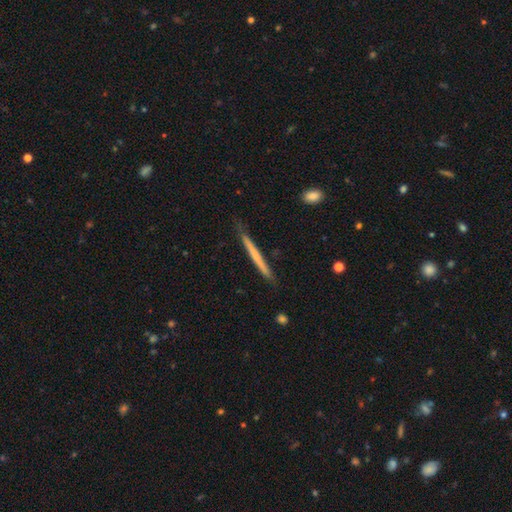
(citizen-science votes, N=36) Smooth or featured? smooth (50%)
How rounded? cigar-shaped (100%)
Merging? none (74%)